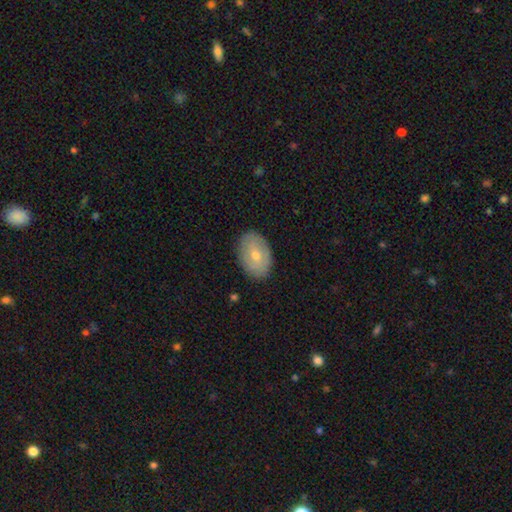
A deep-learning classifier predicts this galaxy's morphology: The model was most divided on "smooth or featured": smooth: 55%, featured or disk: 38%, star or artifact: 7%. More confident: merging — none (86%); how rounded — in between (84%).